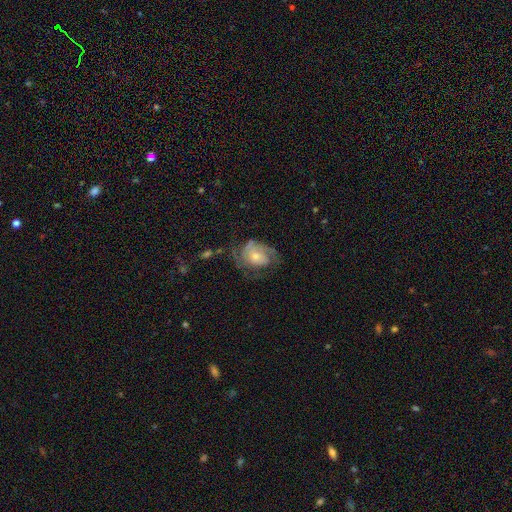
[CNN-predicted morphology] Overall: featured or disk (67%). Edge-on disk: no (97%). Bar: no (75%). Spiral arms: yes (83%). Spiral arm count: 2 (38%; can't tell 31%). Spiral winding: medium (40%, tied with tight). Bulge size: small (48%; moderate 41%). Merging: none (46%; major disturbance 27%).